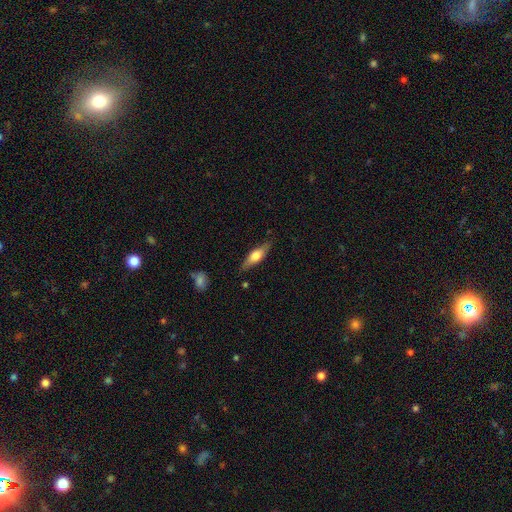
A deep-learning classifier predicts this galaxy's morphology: Smooth or featured?
  - smooth: 48% *
  - featured or disk: 46%
  - star or artifact: 6%
Merging?
  - none: 82% *
  - minor disturbance: 13%
  - major disturbance: 3%
  - merger: 2%